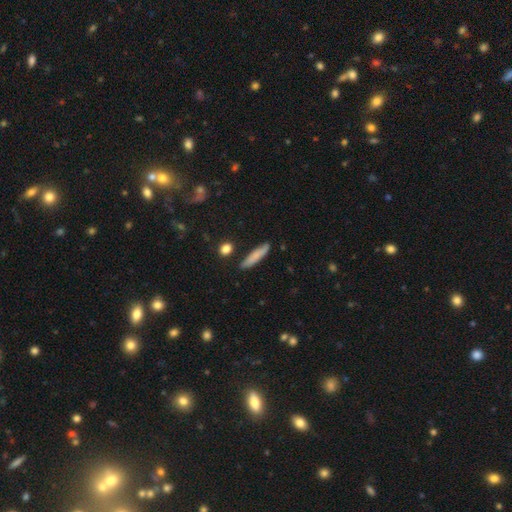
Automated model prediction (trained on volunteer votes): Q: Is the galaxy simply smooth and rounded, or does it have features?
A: smooth — 77%.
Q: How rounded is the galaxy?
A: cigar-shaped — 87%.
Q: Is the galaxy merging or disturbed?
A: none — 84%.